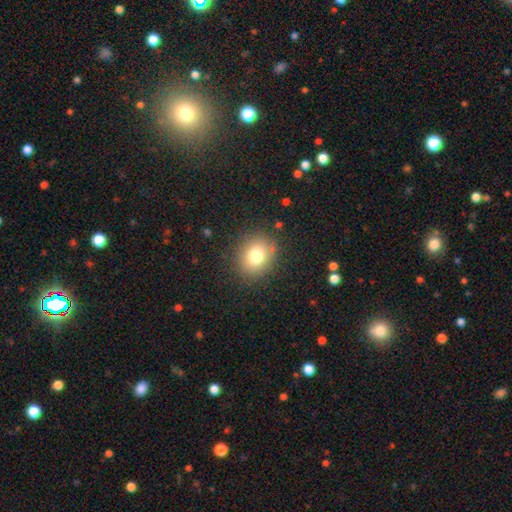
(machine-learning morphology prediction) A smooth galaxy with no disk features (77%) that is round (66%).

Vote fractions:
- Smooth or featured? smooth: 77% / star or artifact: 12% / featured or disk: 11%
- How rounded? round: 66% / in between: 33% / cigar-shaped: 1%
- Merging? none: 85% / minor disturbance: 10% / major disturbance: 4% / merger: 1%